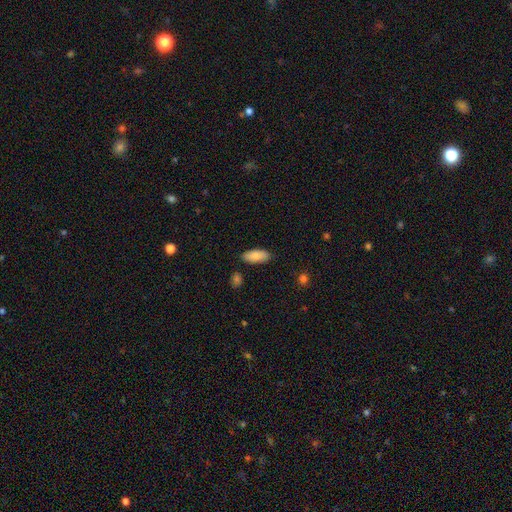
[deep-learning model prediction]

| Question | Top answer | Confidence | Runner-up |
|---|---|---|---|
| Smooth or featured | smooth | 85% | featured or disk (8%) |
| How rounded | in between | 86% | cigar-shaped (12%) |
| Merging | none | 85% | minor disturbance (10%) |